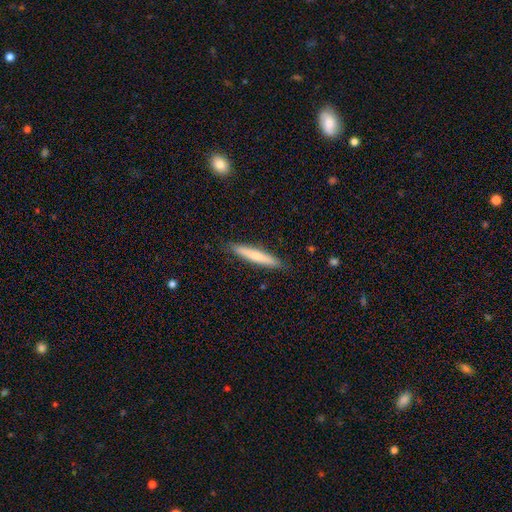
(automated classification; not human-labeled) smooth 71%, featured or disk 24%, star or artifact 5%. Down the decision tree: how rounded — cigar-shaped (95%); merging — none (90%).